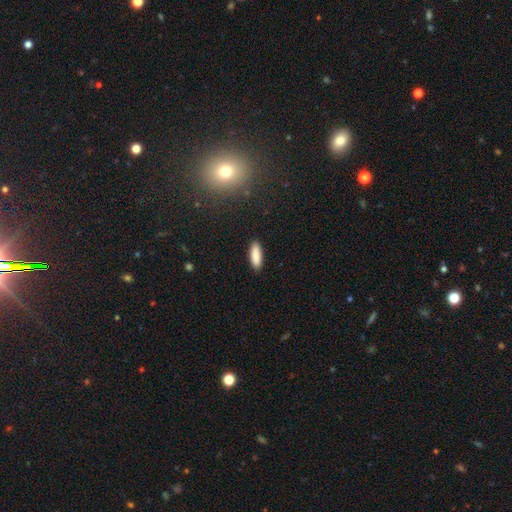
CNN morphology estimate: A smooth galaxy with no disk features (89%) that is in between round and cigar-shaped (55%). Merging: none (89%).